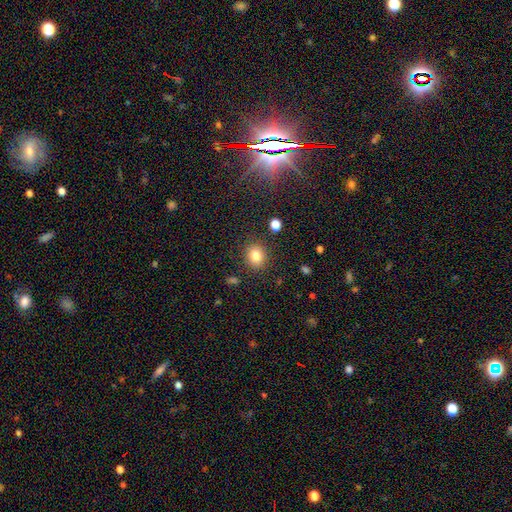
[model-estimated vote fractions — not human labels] This is clearly a smooth galaxy (82%). How rounded: likely round (71%). Merging: clearly none (86%).